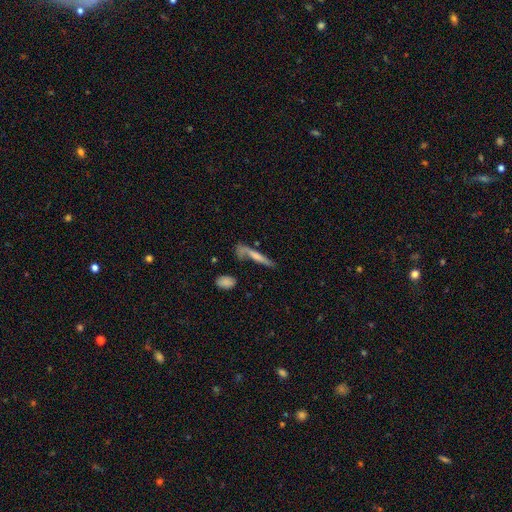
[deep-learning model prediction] Morphology: type=featured or disk (50%); edge-on=yes (82%); merging=none (58%).